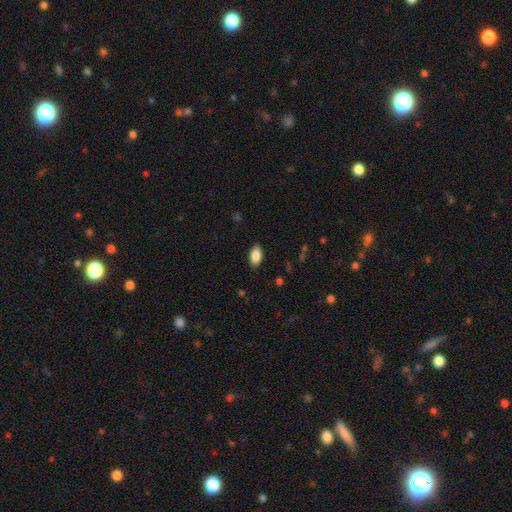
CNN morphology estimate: The model was most divided on "merging": none: 87%, minor disturbance: 10%, major disturbance: 2%, merger: 1%. More confident: how rounded — in between (93%); smooth or featured — smooth (87%).